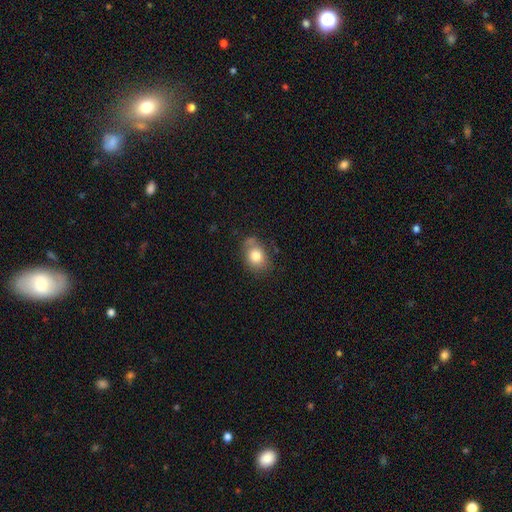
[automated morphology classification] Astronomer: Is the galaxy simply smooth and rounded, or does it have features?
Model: smooth — 79%.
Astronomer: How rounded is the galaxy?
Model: in between — 62% (runner-up: round, 37%).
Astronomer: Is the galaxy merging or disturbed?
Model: none — 64%.